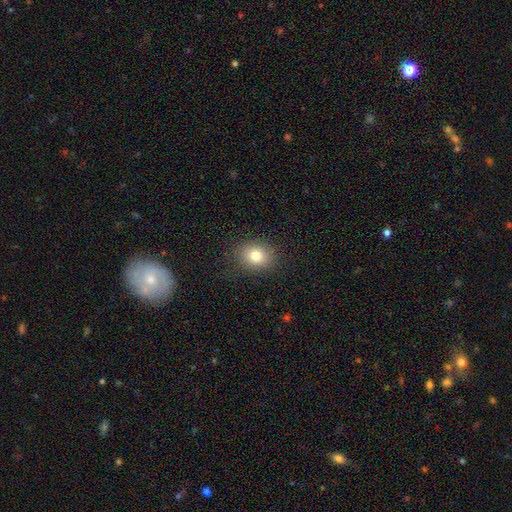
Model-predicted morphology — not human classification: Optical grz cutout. It shows a smooth galaxy with no disk features (81%) that is in between round and cigar-shaped (50%). Merging: none (86%).